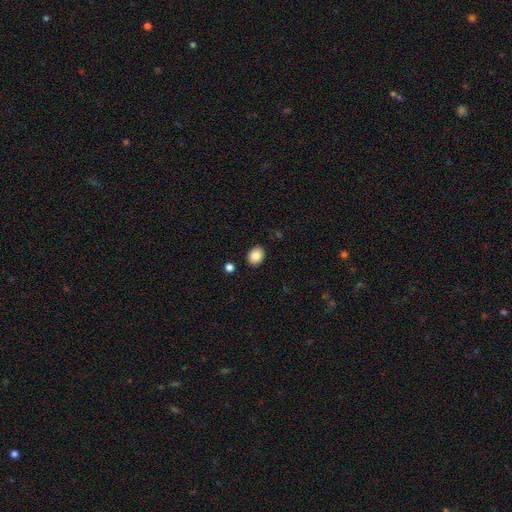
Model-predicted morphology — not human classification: This is clearly a smooth galaxy (86%). How rounded: possibly in between (52%). Merging: clearly none (88%).